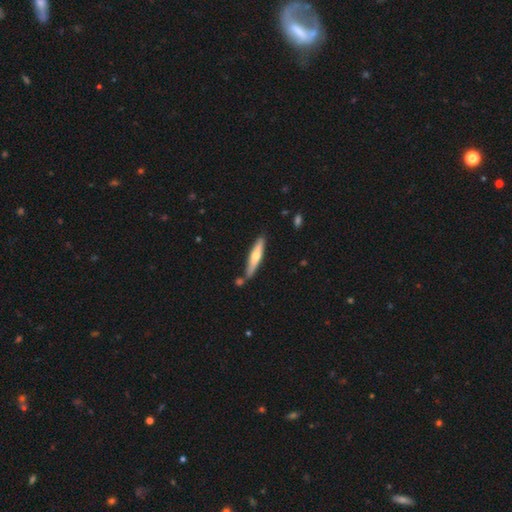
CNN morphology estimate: type=smooth (51%); roundness=cigar-shaped (87%); merging=none (76%).